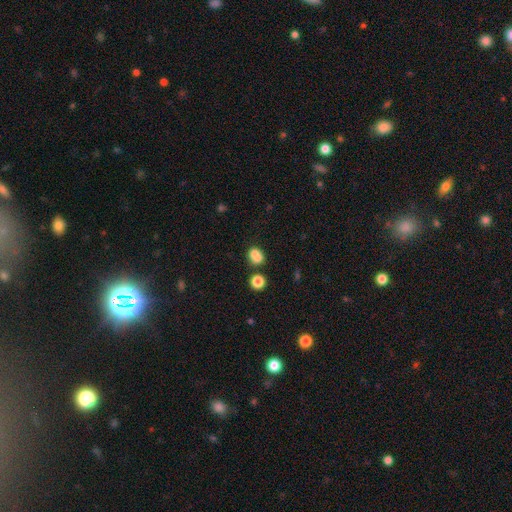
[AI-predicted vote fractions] Overall: smooth (81%). How rounded: in between (52%; round 46%). Merging: none (54%; merger 27%).